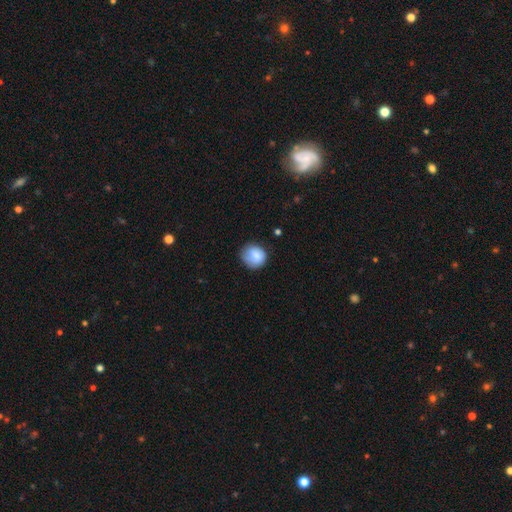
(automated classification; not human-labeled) This appears to be a smooth galaxy with no disk features (83%) that is round (82%). Merging: none (66%).